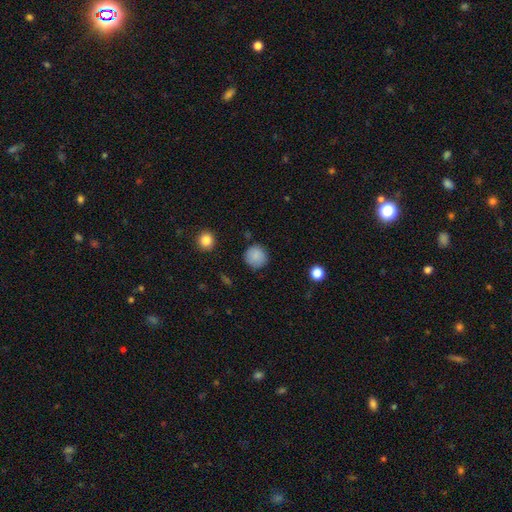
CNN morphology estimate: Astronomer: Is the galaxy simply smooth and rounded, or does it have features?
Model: smooth — 86%.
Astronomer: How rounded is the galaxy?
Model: round — 93%.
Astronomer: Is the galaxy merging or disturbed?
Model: none — 84%.